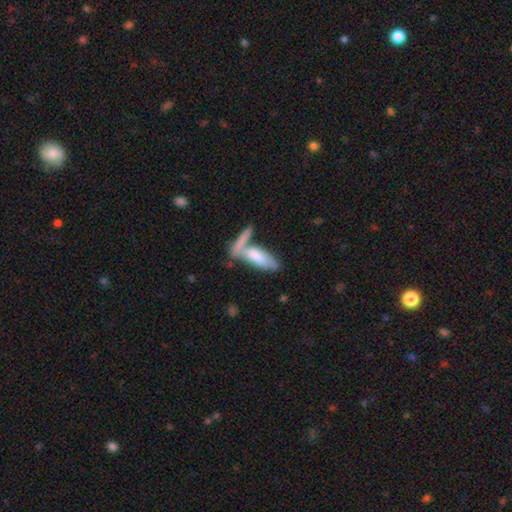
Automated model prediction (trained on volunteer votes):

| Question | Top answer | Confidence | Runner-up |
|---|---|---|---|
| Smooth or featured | smooth | 71% | featured or disk (24%) |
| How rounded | in between | 52% | cigar-shaped (46%) |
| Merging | merger | 44% | none (36%) |